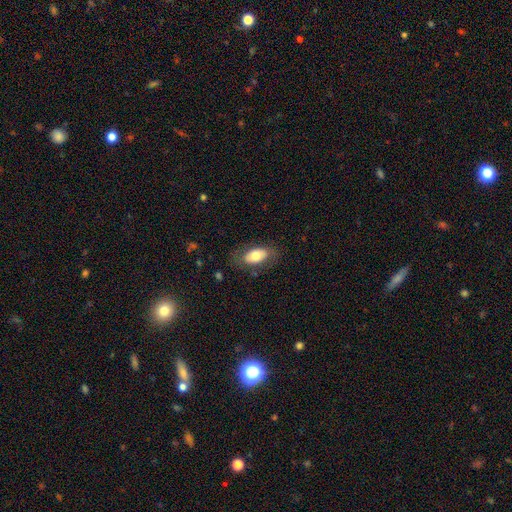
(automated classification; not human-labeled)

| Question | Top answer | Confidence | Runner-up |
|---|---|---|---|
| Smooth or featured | smooth | 69% | featured or disk (24%) |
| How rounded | in between | 93% | round (5%) |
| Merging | none | 77% | minor disturbance (15%) |